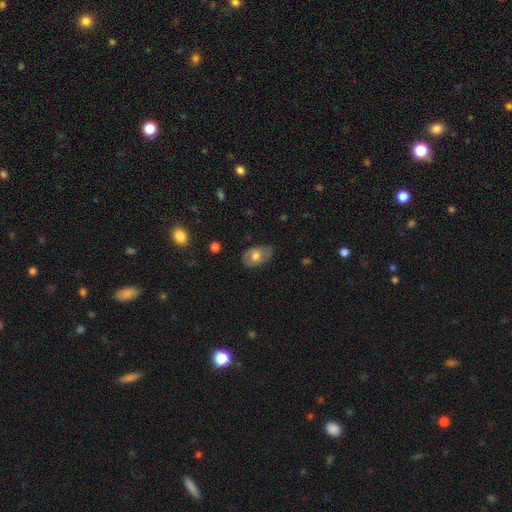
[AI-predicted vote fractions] smooth 54%, featured or disk 38%, star or artifact 8%. Down the decision tree: how rounded — in between (84%); merging — none (72%).